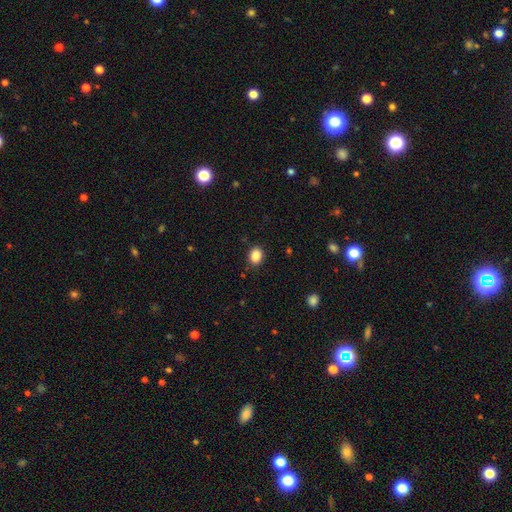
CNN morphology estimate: A smooth galaxy with no disk features (88%) that is in between round and cigar-shaped (55%). Merging: none (87%).